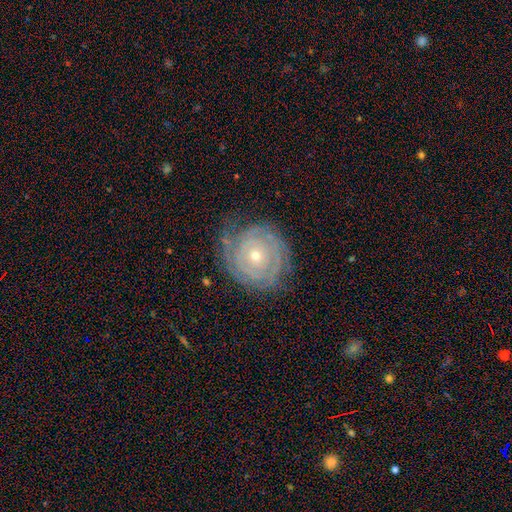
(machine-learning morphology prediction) The model was most divided on "spiral arm count": can't tell: 38%, 2: 28%, 3: 14%, 4: 8%, 1: 6%, more than 4: 5%. More confident: edge-on disk — no (97%); spiral arms — yes (91%); spiral winding — tight (86%); bar — no (83%); smooth or featured — featured or disk (82%); merging — none (71%); bulge size — small (62%).